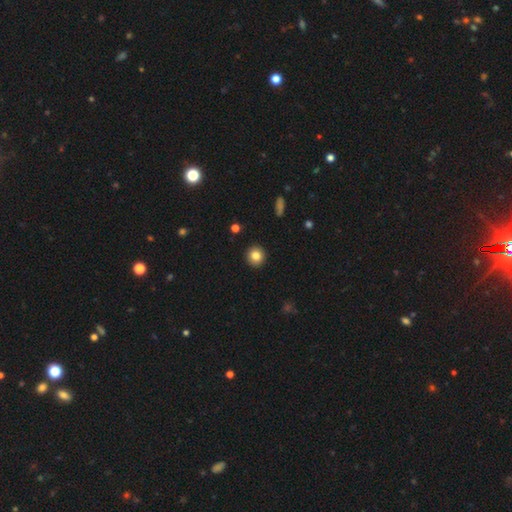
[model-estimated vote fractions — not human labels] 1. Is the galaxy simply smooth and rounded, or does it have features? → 83% smooth, 10% star or artifact, 7% featured or disk.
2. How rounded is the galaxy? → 92% round, 7% in between, 1% cigar-shaped.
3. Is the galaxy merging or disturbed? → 93% none, 5% minor disturbance, 1% major disturbance, 1% merger.